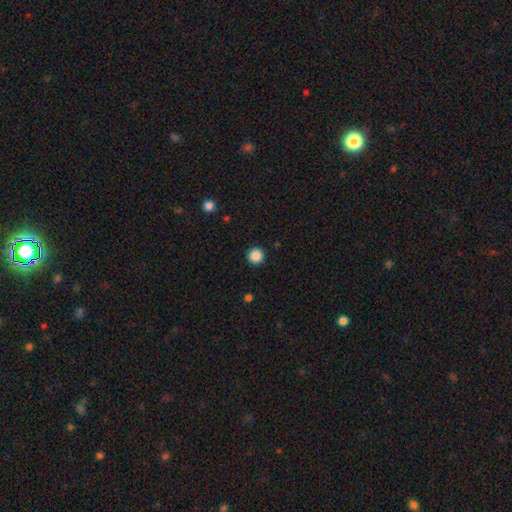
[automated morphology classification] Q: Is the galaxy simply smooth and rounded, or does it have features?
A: smooth — 87%.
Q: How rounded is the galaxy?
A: round — 96%.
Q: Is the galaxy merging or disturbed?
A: none — 93%.